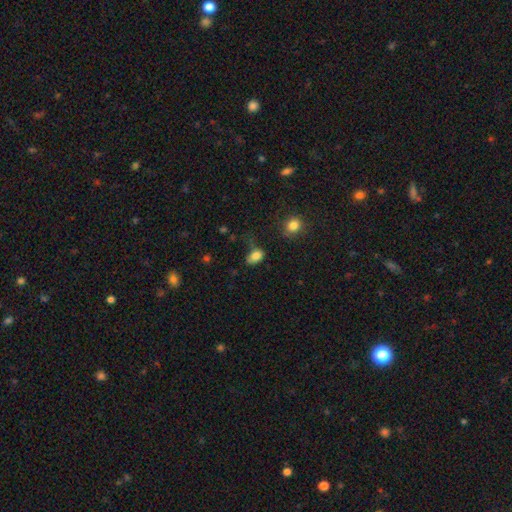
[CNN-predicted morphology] This appears to be a smooth galaxy with no disk features (83%) that is in between round and cigar-shaped (88%). Merging: none (52%).